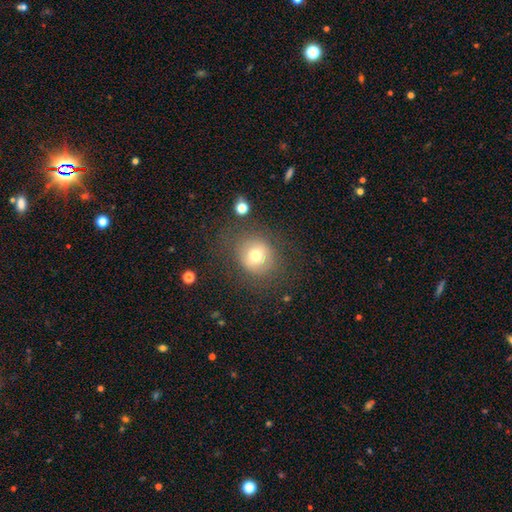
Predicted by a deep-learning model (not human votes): A smooth galaxy with no disk features (69%) that is round (81%).

Vote fractions:
- Smooth or featured? smooth: 69% / featured or disk: 18% / star or artifact: 12%
- How rounded? round: 81% / in between: 18% / cigar-shaped: 1%
- Merging? none: 74% / minor disturbance: 14% / major disturbance: 9% / merger: 3%